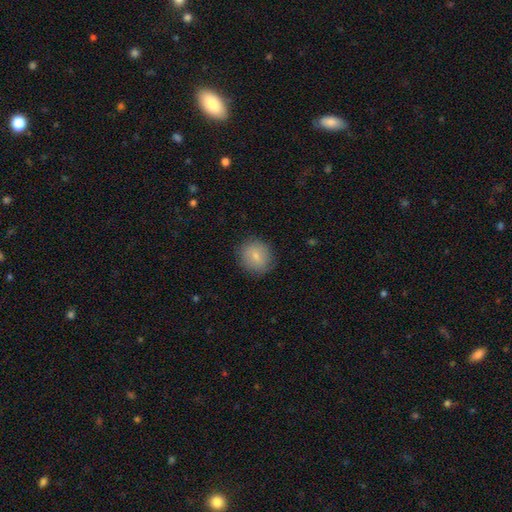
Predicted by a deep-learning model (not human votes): A smooth galaxy with no disk features (79%) that is round (79%). Merging: none (84%).